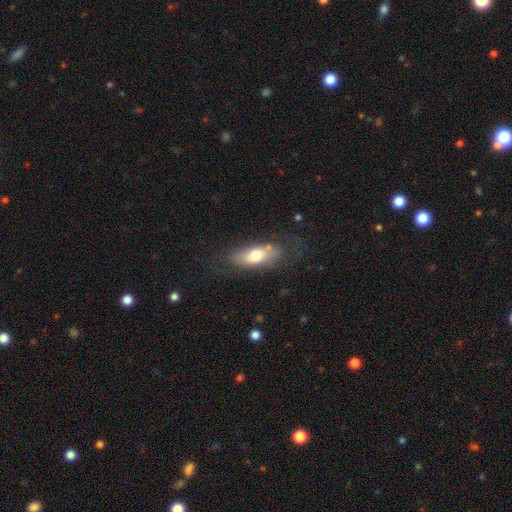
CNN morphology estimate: The model was most divided on "smooth or featured": smooth: 64%, featured or disk: 29%, star or artifact: 7%. More confident: how rounded — in between (75%); merging — none (66%).